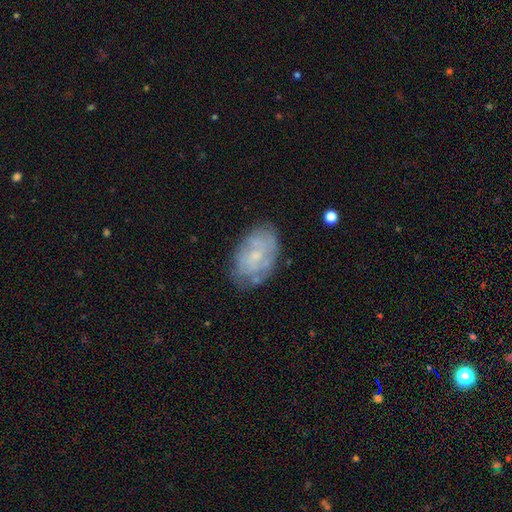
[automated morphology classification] A featured or disk galaxy (56%) with no bar (78%), spiral arms (56%) and a small central bulge (61%).

Vote fractions:
- Smooth or featured? featured or disk: 56% / smooth: 36% / star or artifact: 8%
- Edge-on disk? no: 96% / yes: 4%
- Bar? no: 78% / weak: 19% / strong: 3%
- Spiral arms? yes: 56% / no: 44%
- Bulge size? small: 61% / moderate: 24% / none: 13% / large: 2% / dominant: 1%
- Merging? none: 69% / minor disturbance: 22% / major disturbance: 7% / merger: 2%